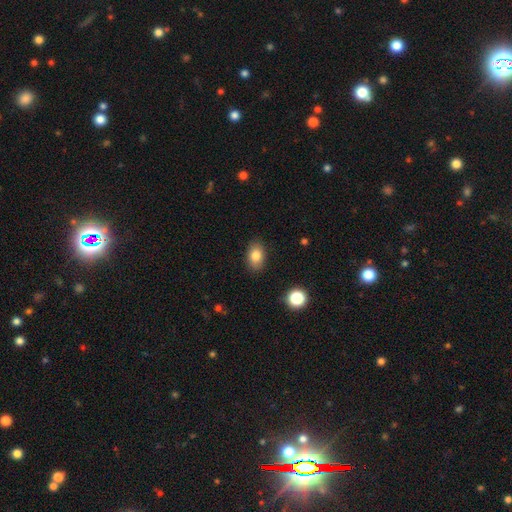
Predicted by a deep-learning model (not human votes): smooth 83%, star or artifact 9%, featured or disk 8%. Down the decision tree: how rounded — in between (84%); merging — none (87%).